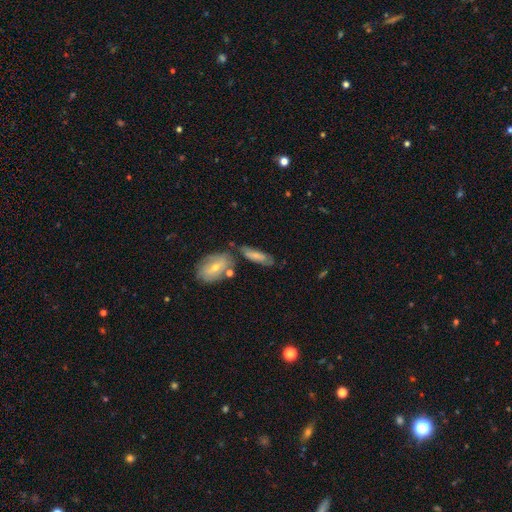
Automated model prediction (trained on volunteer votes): Overall: smooth (66%; featured or disk 27%). How rounded: in between (54%; cigar-shaped 44%). Merging: none (56%; minor disturbance 21%).